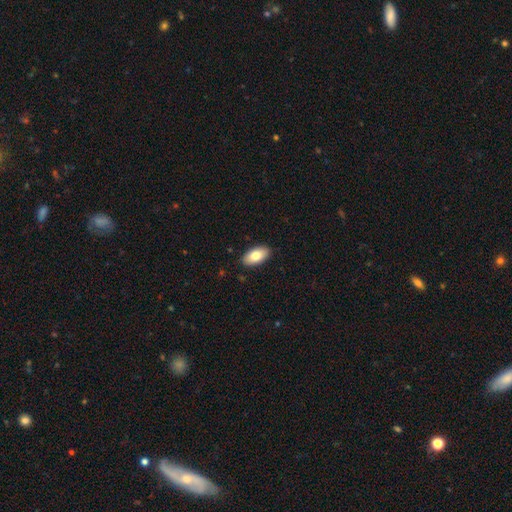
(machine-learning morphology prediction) Overall: smooth (80%). How rounded: in between (94%). Merging: none (89%).